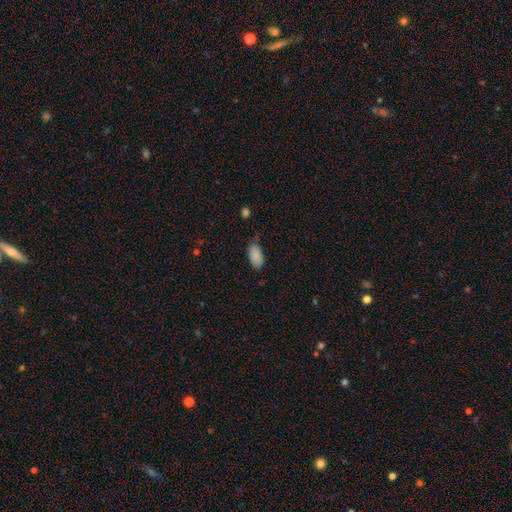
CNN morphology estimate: The model was most divided on "merging": none: 68%, minor disturbance: 25%, major disturbance: 4%, merger: 3%. More confident: how rounded — in between (94%); smooth or featured — smooth (88%).